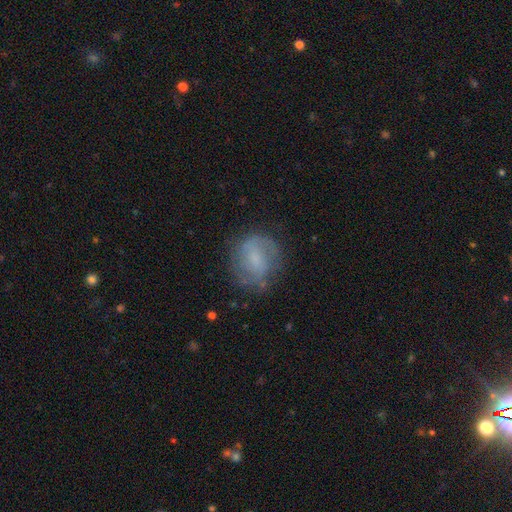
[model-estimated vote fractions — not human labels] Smooth or featured?
  - featured or disk: 48% *
  - smooth: 42%
  - star or artifact: 9%
Merging?
  - none: 66% *
  - minor disturbance: 21%
  - major disturbance: 11%
  - merger: 2%